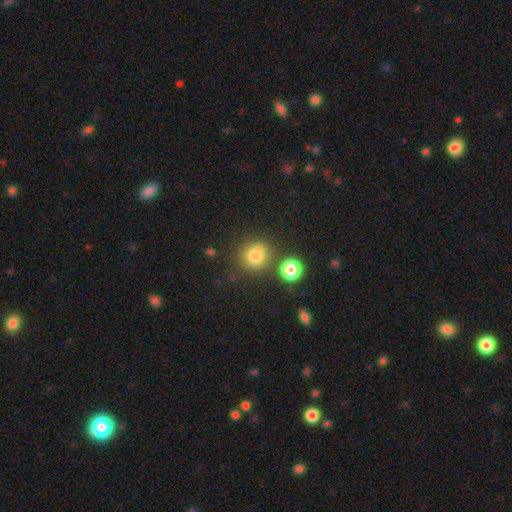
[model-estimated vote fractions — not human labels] The model was most divided on "merging": none: 64%, merger: 15%, minor disturbance: 15%, major disturbance: 6%. More confident: how rounded — round (80%); smooth or featured — smooth (78%).